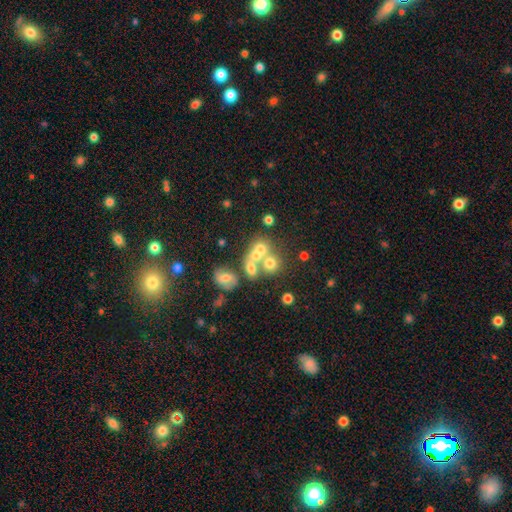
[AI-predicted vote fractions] The model was most divided on "merging": merger: 51%, none: 32%, minor disturbance: 9%, major disturbance: 8%. More confident: how rounded — round (65%); smooth or featured — smooth (54%).